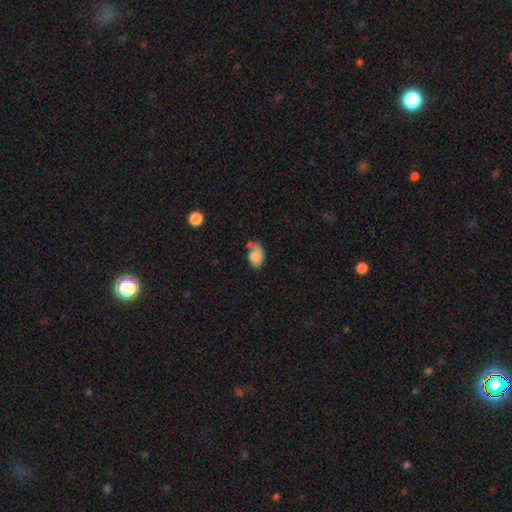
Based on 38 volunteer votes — This is clearly a smooth galaxy (84%). How rounded: clearly in between (94%). Merging: possibly none (51%).